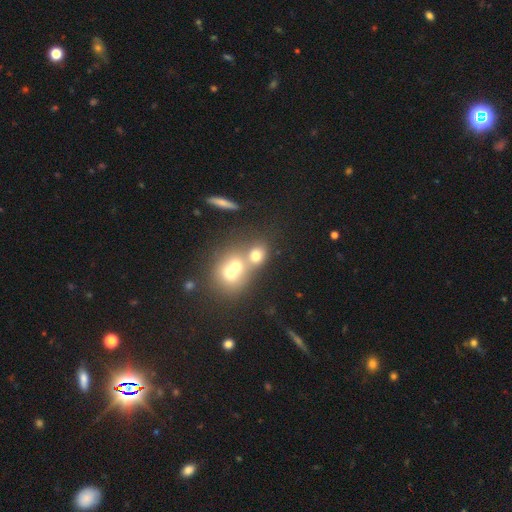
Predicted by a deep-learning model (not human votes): Morphology: type=smooth (67%); roundness=round (65%); merging=merger (53%).